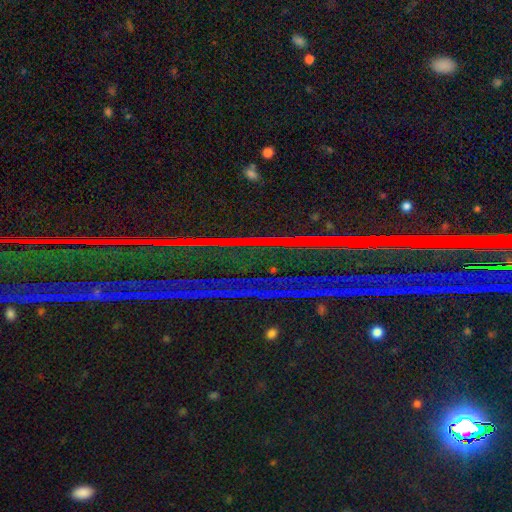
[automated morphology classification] This is clearly a star or artifact rather than a galaxy (85%).